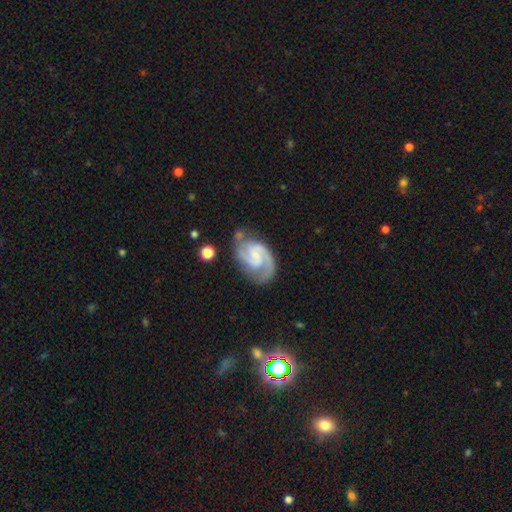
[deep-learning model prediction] Morphology: type=featured or disk (86%); edge-on=no (98%); bar=weak (48%); spiral arms=yes (97%); winding=medium (53%); arm count=2 (83%); bulge=small (42%); merging=none (64%).